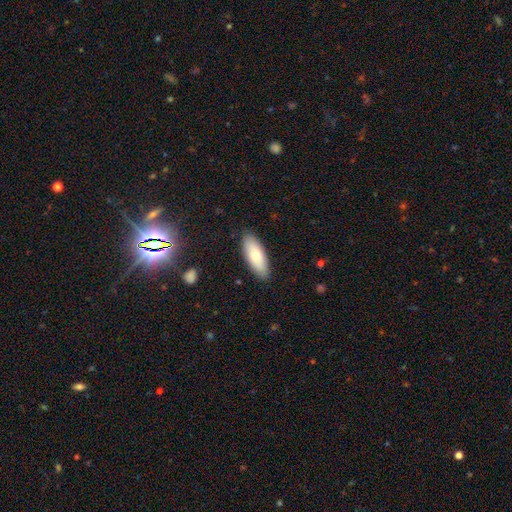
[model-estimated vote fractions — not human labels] smooth 75%, featured or disk 19%, star or artifact 6%. Down the decision tree: how rounded — in between (75%); merging — none (88%).